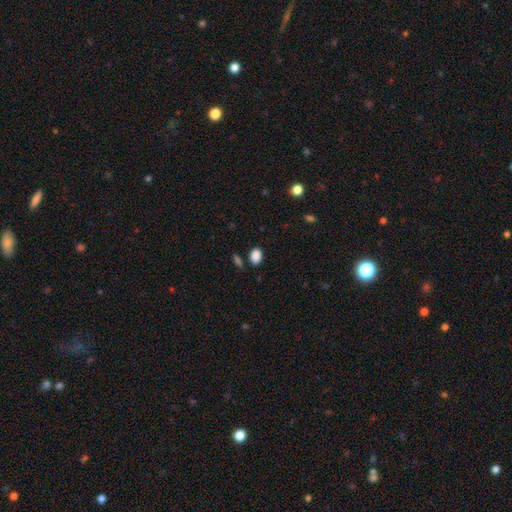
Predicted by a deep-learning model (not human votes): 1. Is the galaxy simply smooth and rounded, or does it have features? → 88% smooth, 9% star or artifact, 3% featured or disk.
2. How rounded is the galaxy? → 85% in between, 14% round, 1% cigar-shaped.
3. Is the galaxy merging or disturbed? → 81% none, 12% minor disturbance, 4% merger, 3% major disturbance.